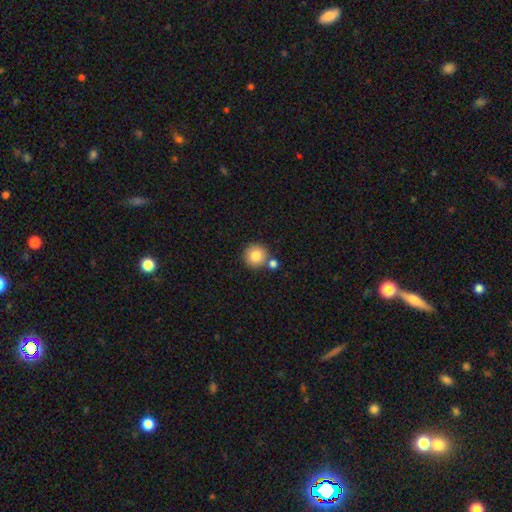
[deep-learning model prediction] Overall: smooth (82%). How rounded: round (95%). Merging: none (73%).